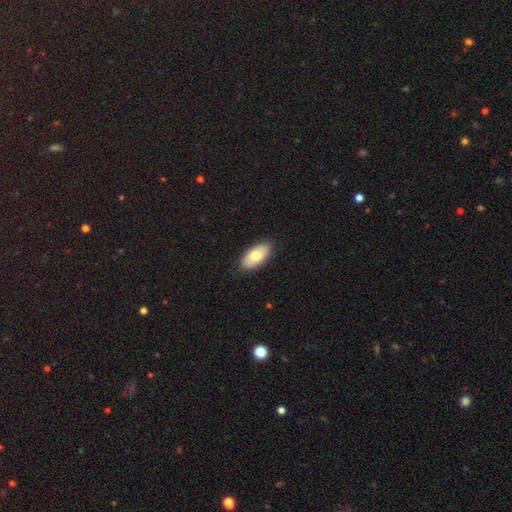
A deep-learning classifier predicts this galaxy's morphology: Smooth or featured?
  - smooth: 74% *
  - featured or disk: 20%
  - star or artifact: 6%
How rounded?
  - in between: 93% *
  - cigar-shaped: 4%
  - round: 3%
Merging?
  - none: 88% *
  - minor disturbance: 10%
  - major disturbance: 2%
  - merger: 1%